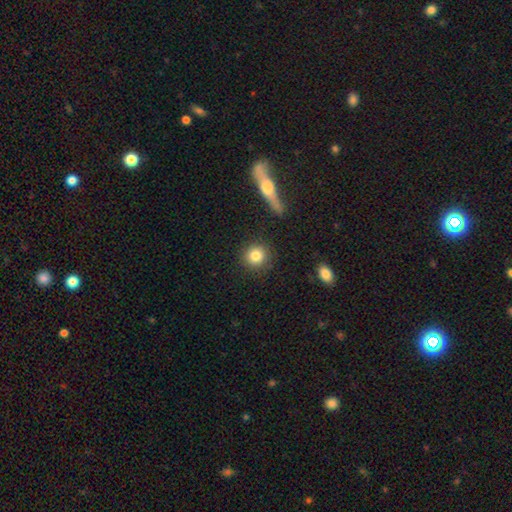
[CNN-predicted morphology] Smooth or featured? Predicted: smooth (p=0.84). How rounded? Predicted: round (p=0.90). Merging? Predicted: none (p=0.87).